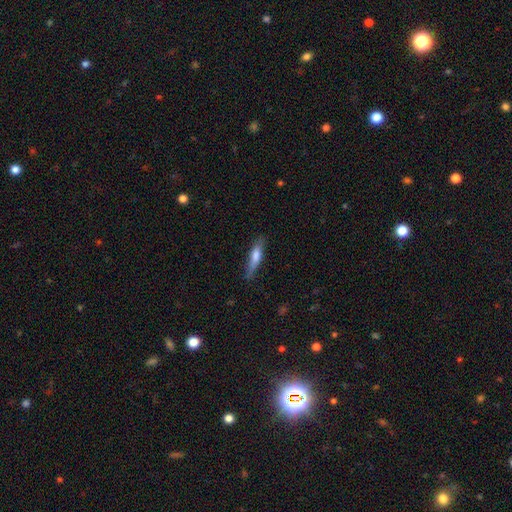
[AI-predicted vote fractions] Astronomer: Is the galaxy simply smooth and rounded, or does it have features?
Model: smooth — 64%.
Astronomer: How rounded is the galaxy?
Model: cigar-shaped — 80%.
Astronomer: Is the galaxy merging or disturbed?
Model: none — 74%.